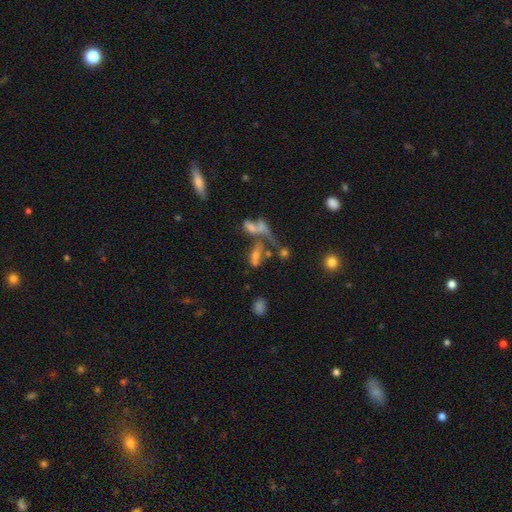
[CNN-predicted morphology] Smooth or featured: smooth — 43% (featured or disk — 35%)
Merging: merger — 46% (none — 27%)